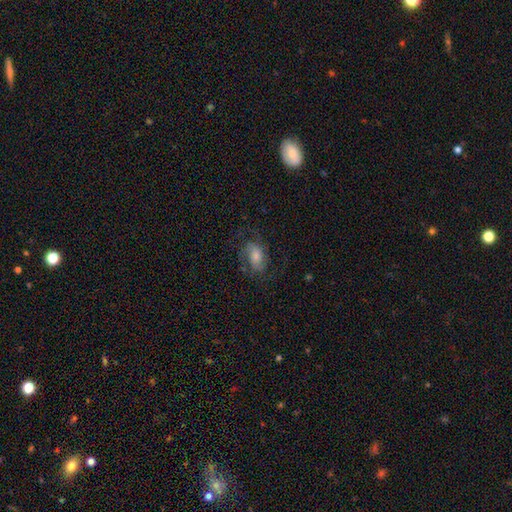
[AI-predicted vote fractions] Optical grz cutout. It shows a featured or disk galaxy (62%) with no bar (53%), 2 (70%) medium (50%) spiral arms (91%) and a moderate central bulge (43%). Merging: none (67%).